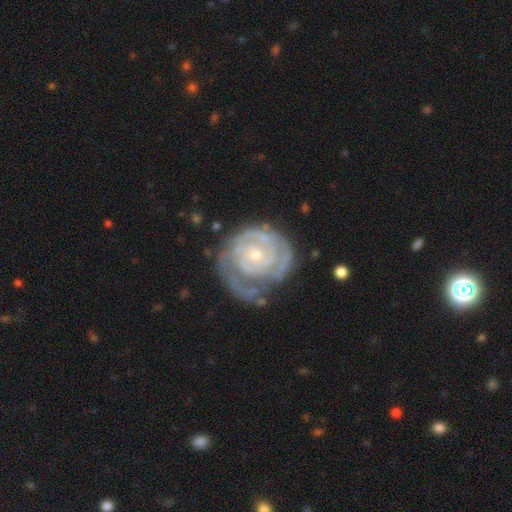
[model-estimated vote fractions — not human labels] Smooth or featured? featured or disk (86%)
Edge-on disk? no (98%)
Bar? no (76%)
Spiral arms? yes (94%)
Spiral winding? tight (75%)
Spiral arm count? 2 (32%)
Bulge size? small (67%)
Merging? none (59%)